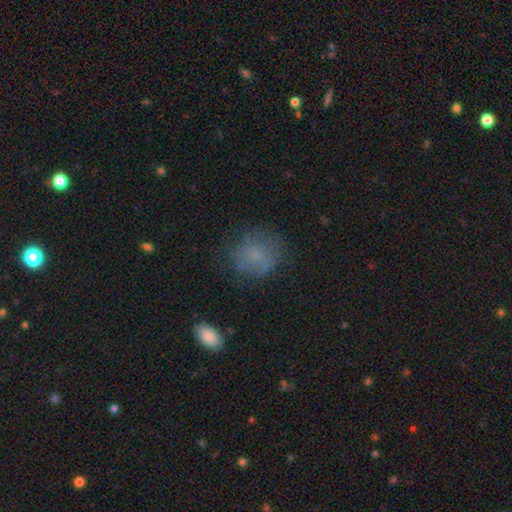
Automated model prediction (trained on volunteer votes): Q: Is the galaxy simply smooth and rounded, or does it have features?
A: smooth — 67%.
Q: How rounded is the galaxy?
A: round — 74%.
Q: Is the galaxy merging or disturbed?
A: none — 65%.